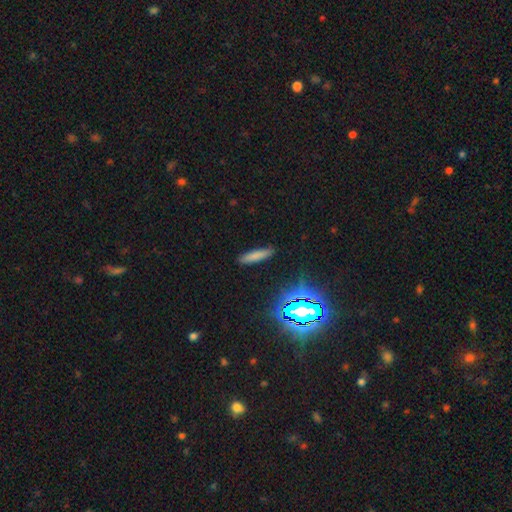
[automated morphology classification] Q: Smooth or featured?
A: smooth (75%); runner-up: star or artifact (14%)
Q: How rounded?
A: cigar-shaped (82%); runner-up: in between (17%)
Q: Merging?
A: none (88%); runner-up: minor disturbance (8%)